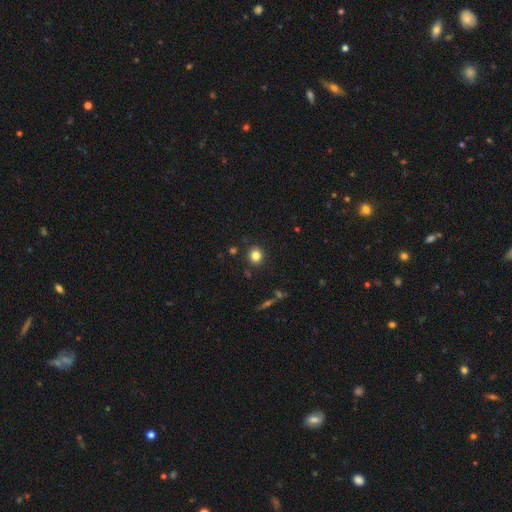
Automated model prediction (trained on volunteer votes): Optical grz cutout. It shows a smooth galaxy with no disk features (81%) that is round (88%). Merging: none (90%).